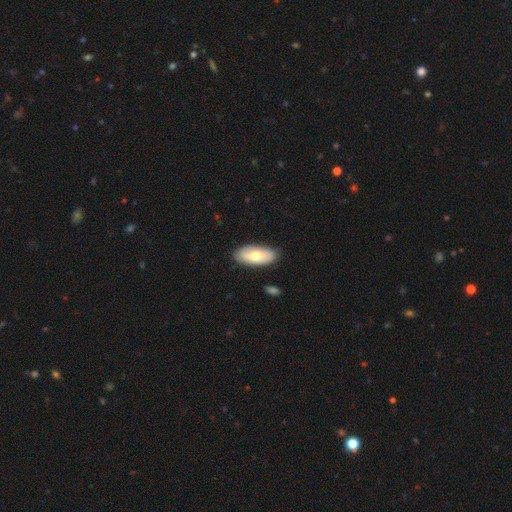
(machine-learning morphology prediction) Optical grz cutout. It shows a smooth galaxy with no disk features (62%) that is in between round and cigar-shaped (90%). Merging: none (84%).